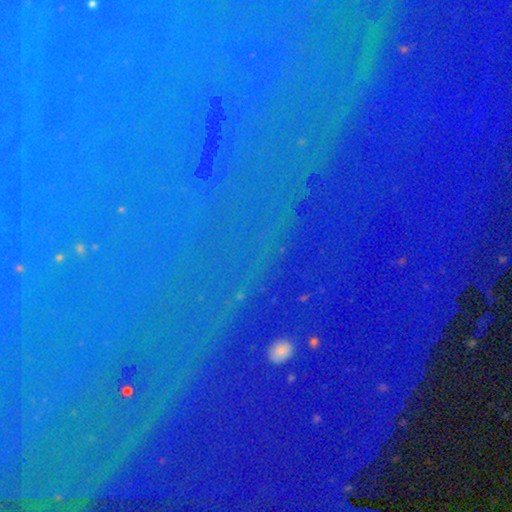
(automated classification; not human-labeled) Morphology: type=star or artifact (86%).